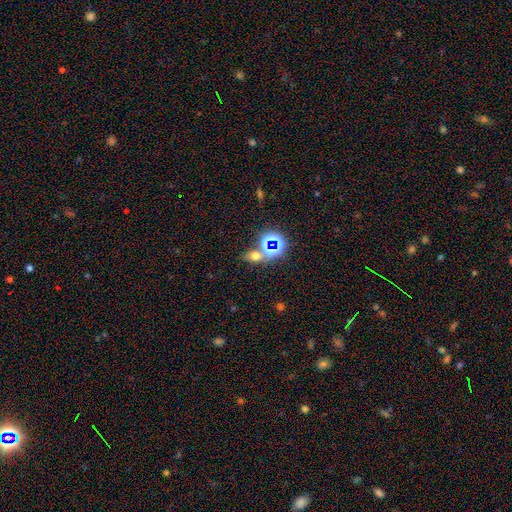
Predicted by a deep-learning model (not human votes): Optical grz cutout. It shows a smooth galaxy with no disk features (50%) that is in between round and cigar-shaped (60%). Merging: none (65%).